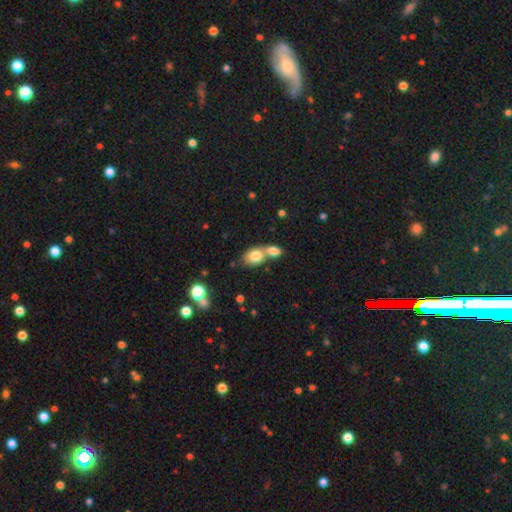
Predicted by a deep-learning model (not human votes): smooth_or_featured: smooth (p=0.79) [alt: featured or disk p=0.12]
how_rounded: in between (p=0.72) [alt: round p=0.26]
merging: merger (p=0.58) [alt: none p=0.31]